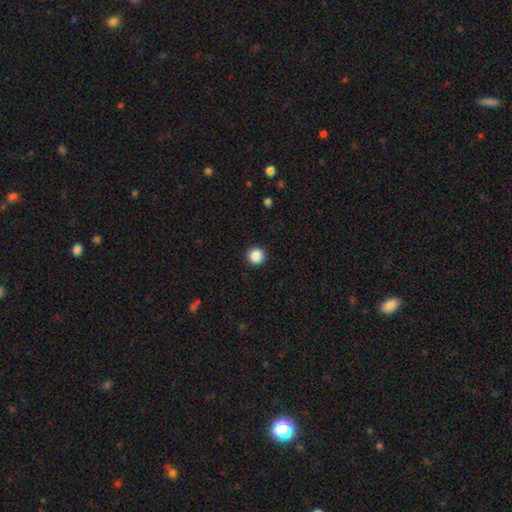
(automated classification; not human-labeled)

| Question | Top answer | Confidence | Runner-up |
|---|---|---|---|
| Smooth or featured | smooth | 87% | star or artifact (10%) |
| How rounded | round | 96% | in between (3%) |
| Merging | none | 93% | minor disturbance (4%) |